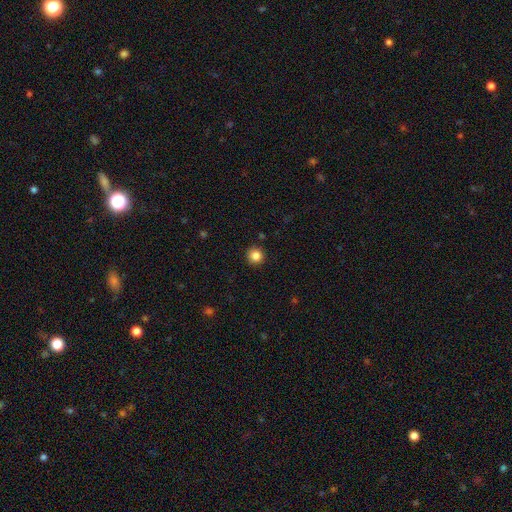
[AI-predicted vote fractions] A smooth galaxy with no disk features (85%) that is round (95%). Merging: none (91%).